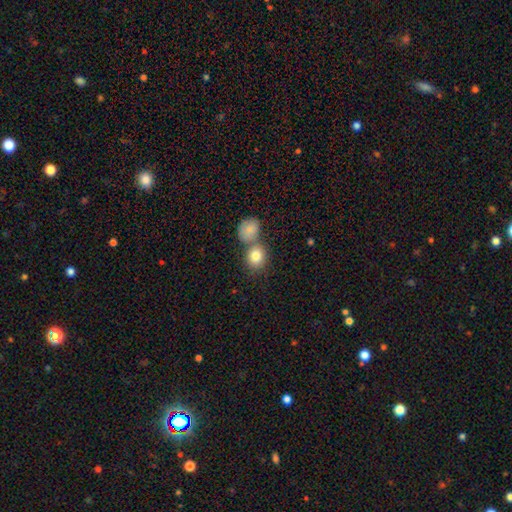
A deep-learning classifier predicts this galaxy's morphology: smooth_or_featured: smooth (p=0.82) [alt: star or artifact p=0.09]
how_rounded: round (p=0.71) [alt: in between p=0.28]
merging: none (p=0.50) [alt: merger p=0.38]